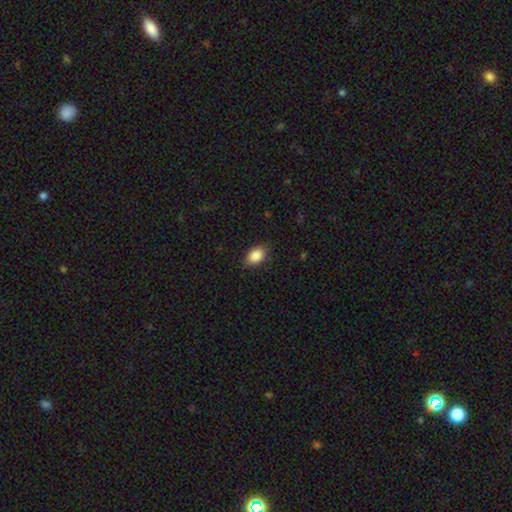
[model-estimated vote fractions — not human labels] A smooth galaxy with no disk features (87%) that is in between round and cigar-shaped (80%).

Vote fractions:
- Smooth or featured? smooth: 87% / star or artifact: 8% / featured or disk: 5%
- How rounded? in between: 80% / round: 18% / cigar-shaped: 1%
- Merging? none: 82% / minor disturbance: 15% / major disturbance: 3% / merger: 1%